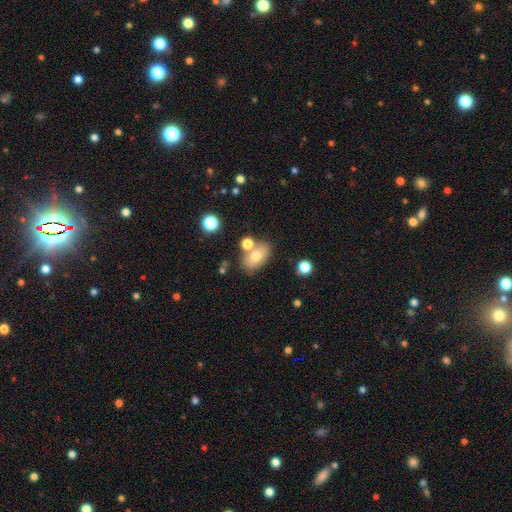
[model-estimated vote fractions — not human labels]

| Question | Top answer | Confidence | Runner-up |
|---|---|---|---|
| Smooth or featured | smooth | 72% | featured or disk (18%) |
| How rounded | in between | 85% | round (13%) |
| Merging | none | 65% | merger (17%) |